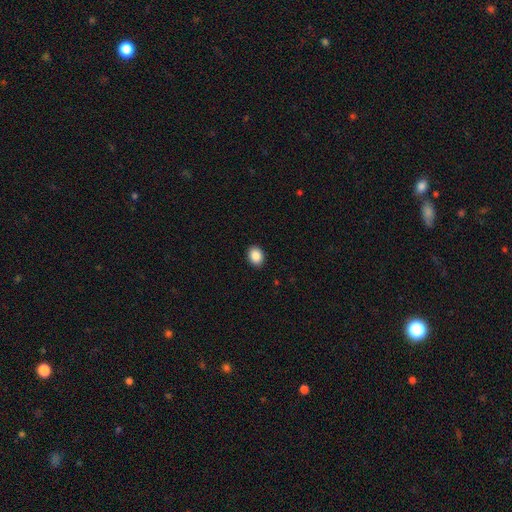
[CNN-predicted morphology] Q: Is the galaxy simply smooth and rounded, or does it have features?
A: smooth — 89%.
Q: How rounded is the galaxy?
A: in between — 59%.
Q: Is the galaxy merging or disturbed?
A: none — 91%.